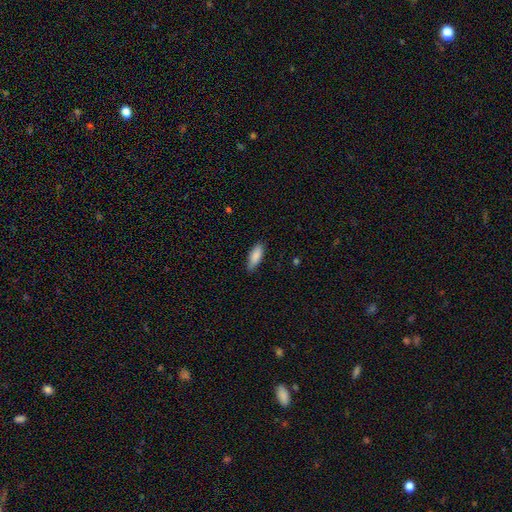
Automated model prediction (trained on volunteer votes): This is clearly a smooth galaxy (87%). How rounded: likely in between (68%). Merging: clearly none (82%).